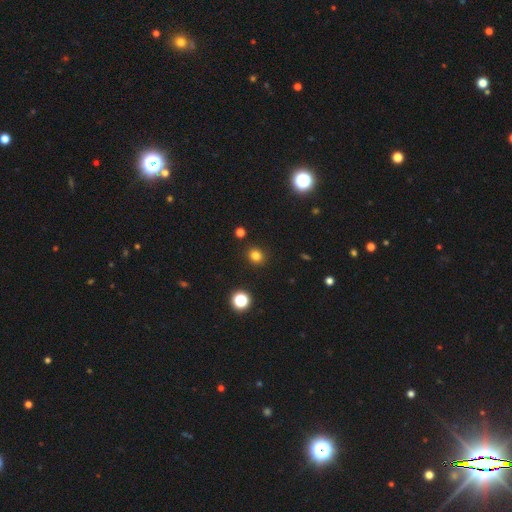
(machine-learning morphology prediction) This appears to be a smooth galaxy with no disk features (80%) that is round (79%). Merging: none (90%).